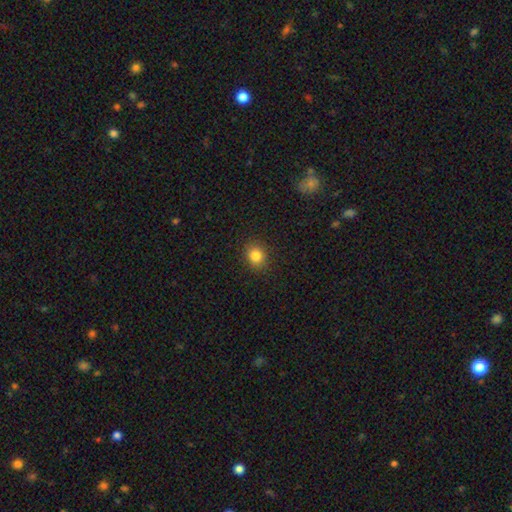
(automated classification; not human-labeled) Smooth or featured: smooth — 84% (star or artifact — 11%)
How rounded: round — 72% (in between — 27%)
Merging: none — 90% (minor disturbance — 7%)